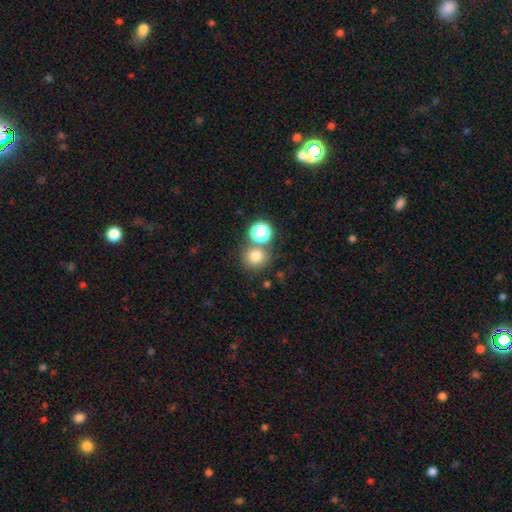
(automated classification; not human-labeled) smooth_or_featured: smooth (p=0.77) [alt: star or artifact p=0.16]
how_rounded: round (p=0.90) [alt: in between p=0.09]
merging: none (p=0.69) [alt: merger p=0.19]